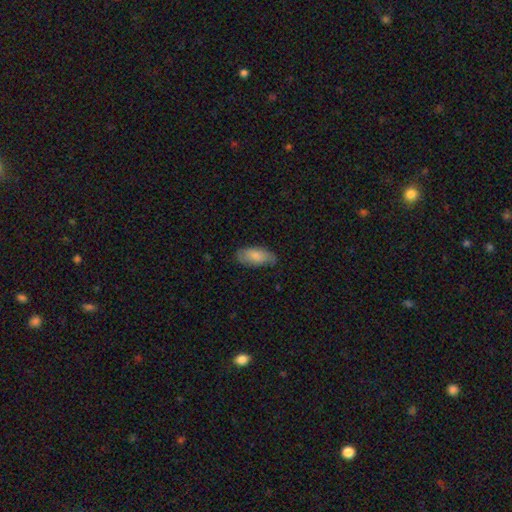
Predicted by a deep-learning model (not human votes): Smooth or featured?
  - smooth: 79% *
  - featured or disk: 16%
  - star or artifact: 6%
How rounded?
  - in between: 89% *
  - cigar-shaped: 9%
  - round: 2%
Merging?
  - none: 72% *
  - minor disturbance: 22%
  - major disturbance: 4%
  - merger: 1%